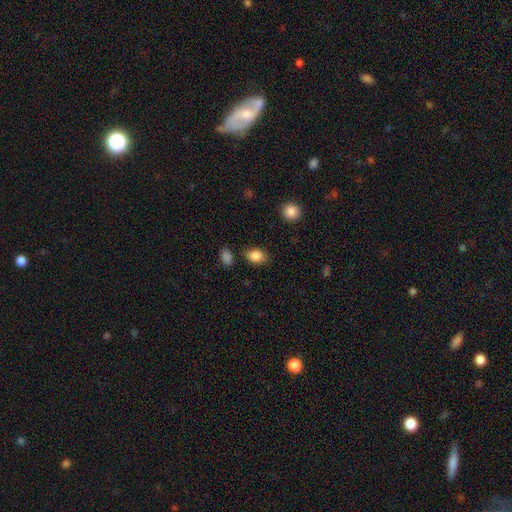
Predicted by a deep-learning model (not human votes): Morphology: type=smooth (85%); roundness=in between (76%); merging=none (82%).